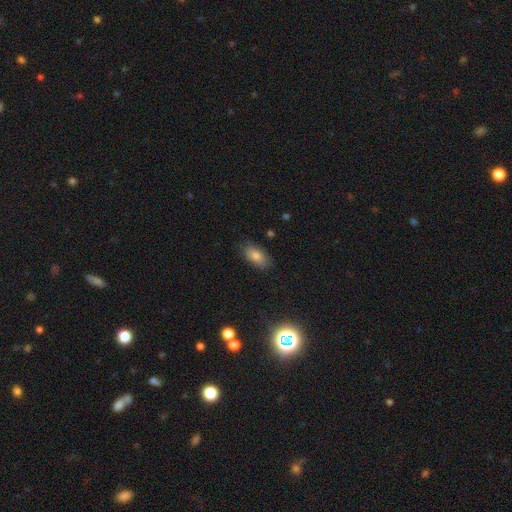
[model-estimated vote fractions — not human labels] Overall: smooth (78%). How rounded: in between (90%). Merging: none (85%).